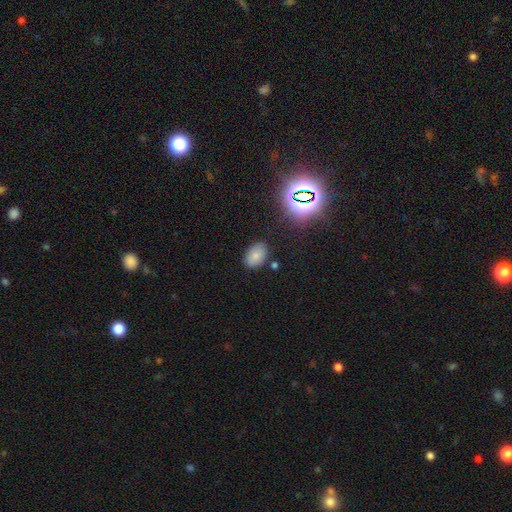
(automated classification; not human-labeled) smooth 76%, star or artifact 15%, featured or disk 9%. Down the decision tree: how rounded — in between (86%); merging — none (80%).